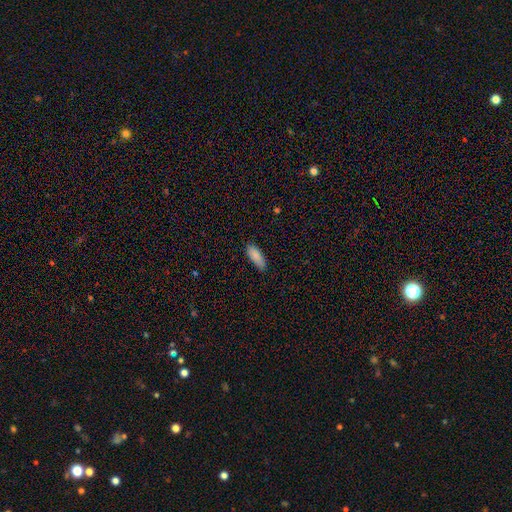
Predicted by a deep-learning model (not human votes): Q: Smooth or featured?
A: smooth (87%); runner-up: featured or disk (7%)
Q: How rounded?
A: in between (72%); runner-up: cigar-shaped (26%)
Q: Merging?
A: none (83%); runner-up: minor disturbance (14%)